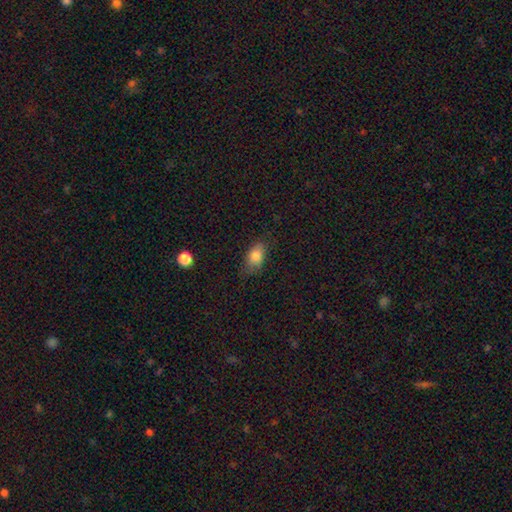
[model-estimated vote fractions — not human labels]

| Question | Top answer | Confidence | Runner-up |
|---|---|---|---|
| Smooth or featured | smooth | 80% | featured or disk (11%) |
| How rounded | in between | 84% | round (12%) |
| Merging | none | 70% | minor disturbance (23%) |